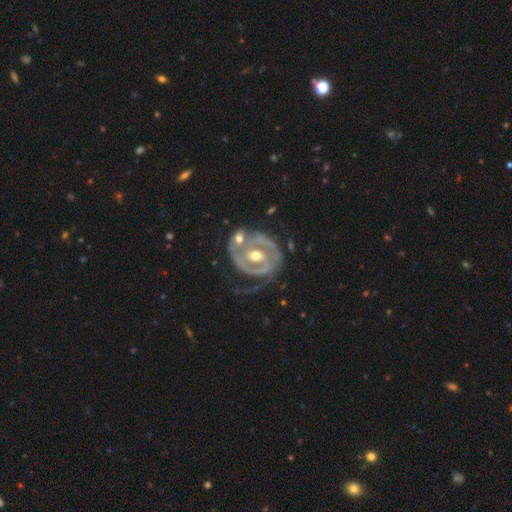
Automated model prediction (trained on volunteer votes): A featured or disk galaxy (87%) with no bar (45%), 2 (59%) tight (65%) spiral arms (87%) and a moderate central bulge (74%). Merging: none (47%).